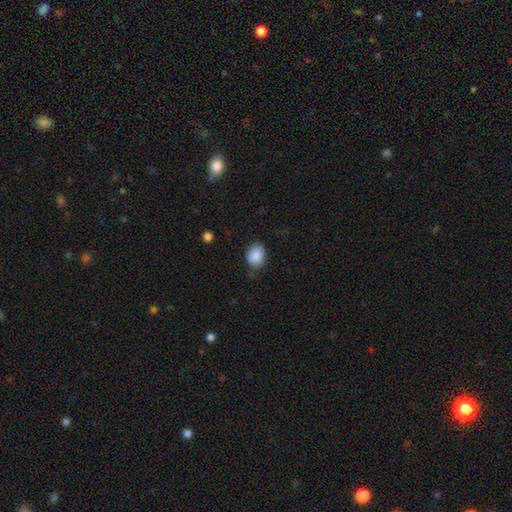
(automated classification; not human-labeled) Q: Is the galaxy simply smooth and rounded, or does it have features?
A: smooth — 87%.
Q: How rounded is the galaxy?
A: in between — 54%.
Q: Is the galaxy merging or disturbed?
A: none — 75%.